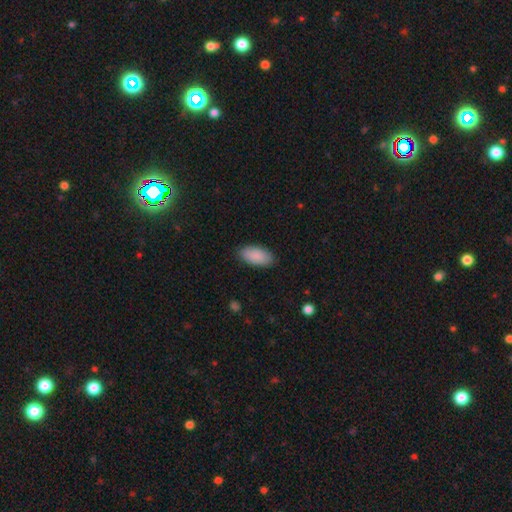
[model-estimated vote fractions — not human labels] Smooth or featured: smooth — 90% (star or artifact — 6%)
How rounded: in between — 93% (cigar-shaped — 5%)
Merging: none — 87% (minor disturbance — 10%)